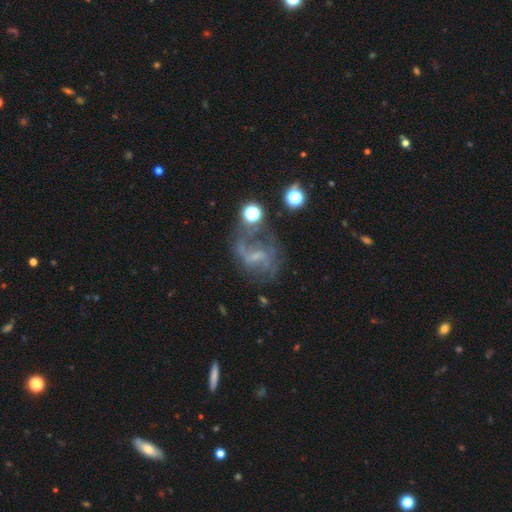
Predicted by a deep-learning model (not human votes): featured or disk 71%, star or artifact 15%, smooth 14%. Down the decision tree: edge-on disk — no (97%); bar — weak (51%); spiral arms — yes (81%); spiral arm count — 2 (64%); spiral winding — loose (56%); bulge size — small (51%); merging — none (48%).